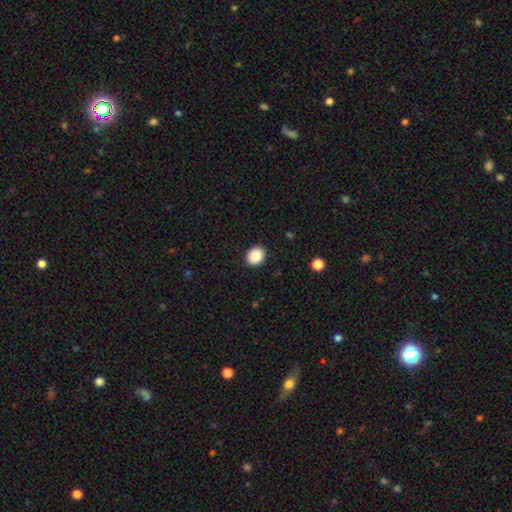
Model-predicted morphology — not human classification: Smooth or featured?
  - smooth: 87% *
  - star or artifact: 8%
  - featured or disk: 5%
How rounded?
  - round: 62% *
  - in between: 38%
  - cigar-shaped: 1%
Merging?
  - none: 91% *
  - minor disturbance: 6%
  - major disturbance: 2%
  - merger: 1%